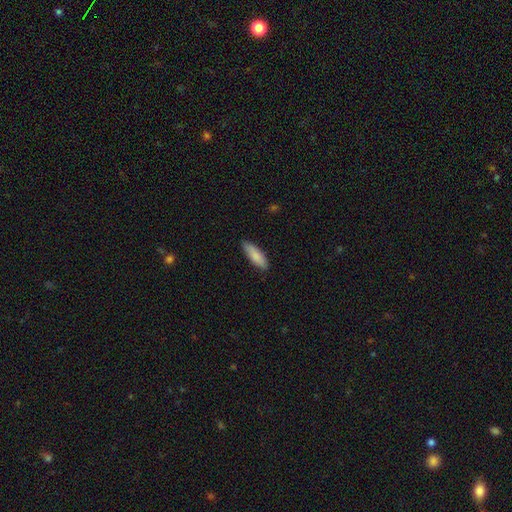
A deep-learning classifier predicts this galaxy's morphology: This appears to be a smooth galaxy with no disk features (86%) that is in between round and cigar-shaped (53%). Merging: none (84%).